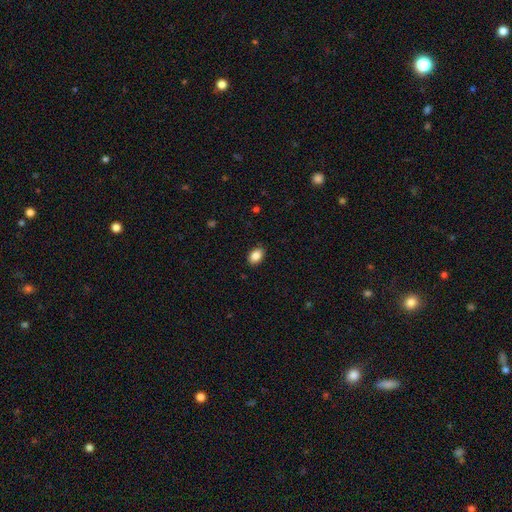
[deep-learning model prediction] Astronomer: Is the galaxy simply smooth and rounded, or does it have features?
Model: smooth — 87%.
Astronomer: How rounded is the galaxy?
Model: in between — 83%.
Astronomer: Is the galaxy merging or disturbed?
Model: none — 88%.